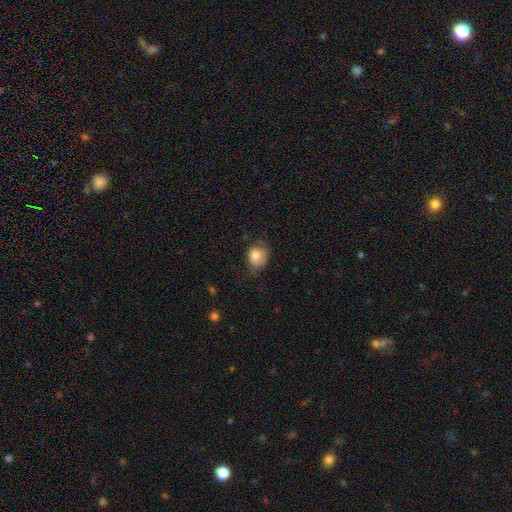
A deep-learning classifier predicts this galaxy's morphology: Smooth or featured?
  - smooth: 81% *
  - featured or disk: 10%
  - star or artifact: 9%
How rounded?
  - round: 58% *
  - in between: 41%
  - cigar-shaped: 1%
Merging?
  - none: 57% *
  - minor disturbance: 31%
  - major disturbance: 11%
  - merger: 2%